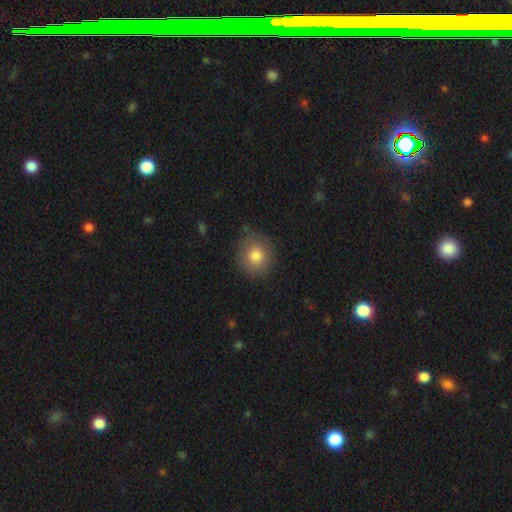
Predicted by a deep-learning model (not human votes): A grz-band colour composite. It shows a smooth galaxy with no disk features (81%) that is round (86%). Merging: none (82%).